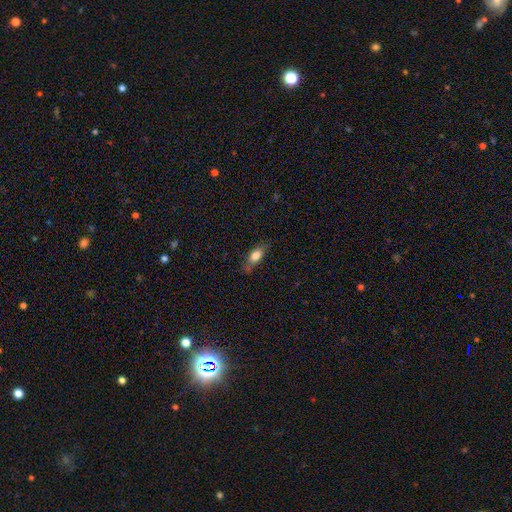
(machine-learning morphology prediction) Q: Smooth or featured?
A: smooth (76%); runner-up: featured or disk (16%)
Q: How rounded?
A: in between (74%); runner-up: cigar-shaped (21%)
Q: Merging?
A: none (67%); runner-up: minor disturbance (24%)